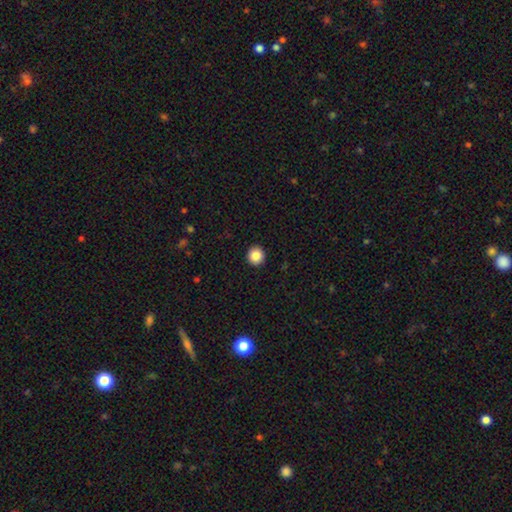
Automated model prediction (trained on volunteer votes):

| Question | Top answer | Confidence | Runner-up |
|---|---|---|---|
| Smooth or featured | smooth | 87% | star or artifact (9%) |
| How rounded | round | 92% | in between (7%) |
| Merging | none | 93% | minor disturbance (4%) |